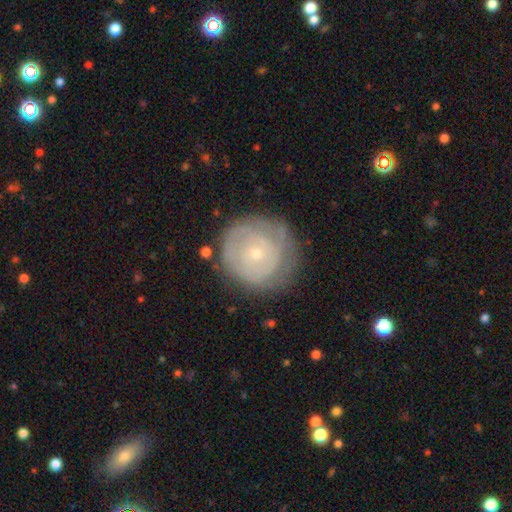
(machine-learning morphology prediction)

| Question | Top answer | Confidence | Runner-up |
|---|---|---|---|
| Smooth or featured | featured or disk | 62% | smooth (30%) |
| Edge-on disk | no | 97% | yes (3%) |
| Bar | no | 82% | weak (14%) |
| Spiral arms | yes | 70% | no (30%) |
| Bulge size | small | 76% | moderate (21%) |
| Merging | none | 78% | minor disturbance (15%) |